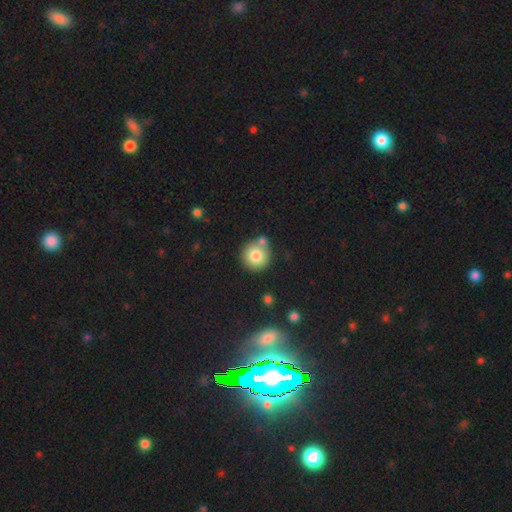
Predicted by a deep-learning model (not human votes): Morphology: type=smooth (80%); roundness=round (93%); merging=none (67%).